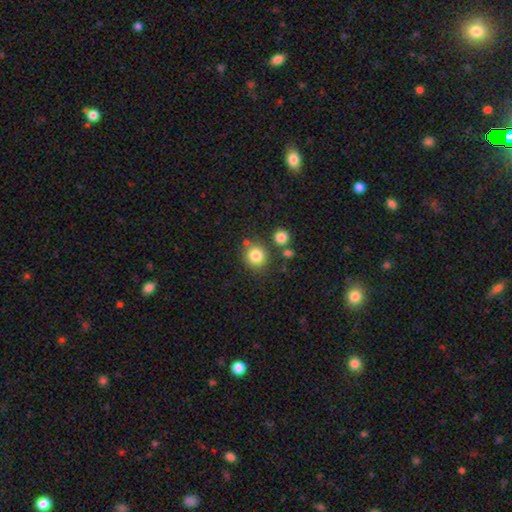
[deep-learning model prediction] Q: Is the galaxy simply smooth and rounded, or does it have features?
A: smooth — 83%.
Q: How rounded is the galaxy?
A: round — 88%.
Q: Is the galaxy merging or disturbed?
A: none — 75%.